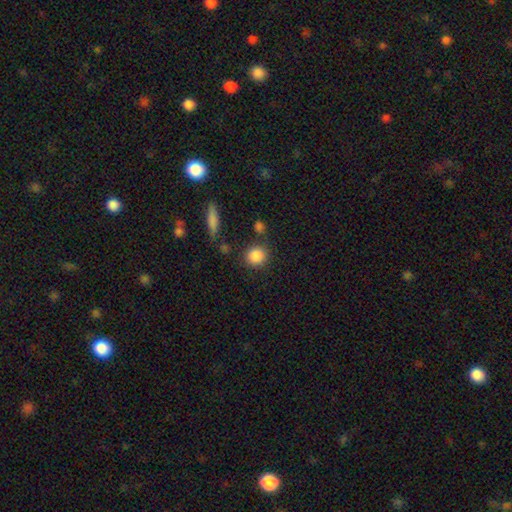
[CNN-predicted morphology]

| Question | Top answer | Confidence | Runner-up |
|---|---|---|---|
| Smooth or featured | smooth | 87% | star or artifact (9%) |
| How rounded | round | 84% | in between (14%) |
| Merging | none | 80% | minor disturbance (10%) |